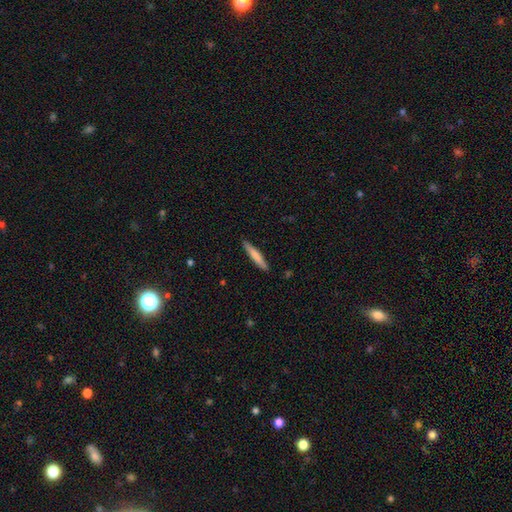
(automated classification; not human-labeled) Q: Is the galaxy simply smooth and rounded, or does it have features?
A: smooth — 73%.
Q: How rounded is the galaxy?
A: cigar-shaped — 93%.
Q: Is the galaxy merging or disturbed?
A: none — 90%.